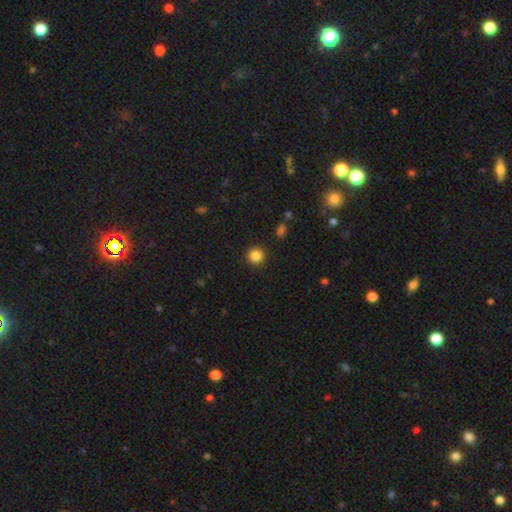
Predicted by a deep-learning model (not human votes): Overall: smooth (85%). How rounded: round (94%). Merging: none (92%).